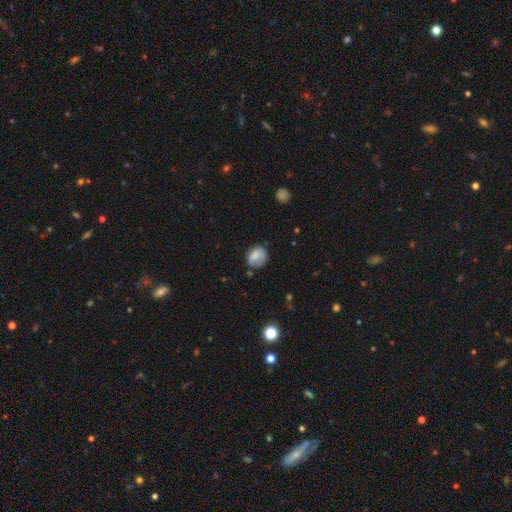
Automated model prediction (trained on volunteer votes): Q: Smooth or featured?
A: smooth (76%); runner-up: featured or disk (14%)
Q: How rounded?
A: round (58%); runner-up: in between (41%)
Q: Merging?
A: none (57%); runner-up: minor disturbance (29%)